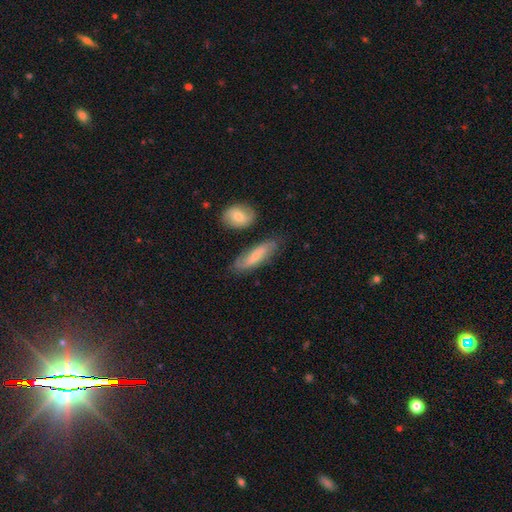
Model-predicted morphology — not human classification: A smooth galaxy with no disk features (53%) that is in between round and cigar-shaped (50%). Merging: none (72%).